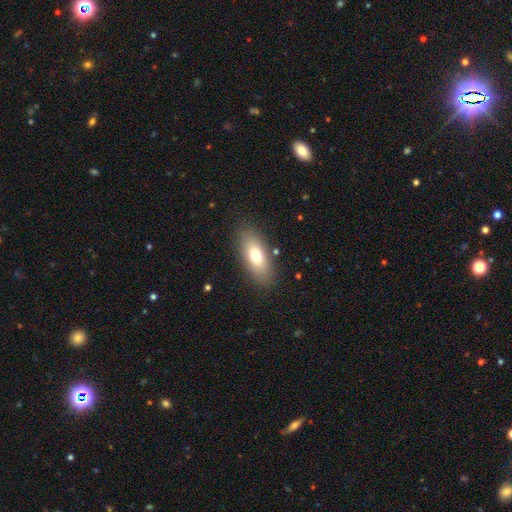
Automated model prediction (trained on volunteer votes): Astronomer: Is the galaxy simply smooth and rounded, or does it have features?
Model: smooth — 72%.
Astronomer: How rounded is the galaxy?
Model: in between — 82%.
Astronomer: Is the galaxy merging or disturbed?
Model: none — 85%.